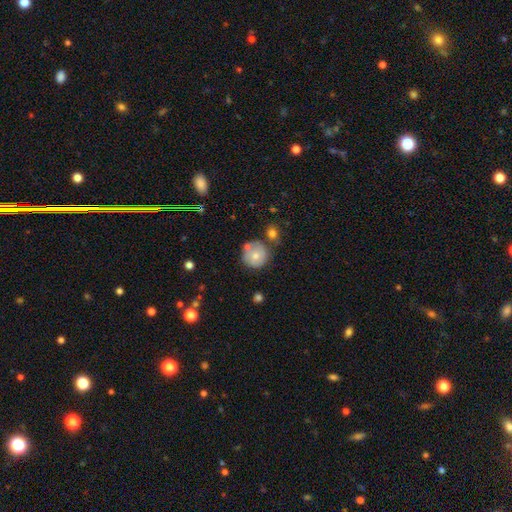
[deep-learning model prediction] This appears to be a smooth galaxy with no disk features (66%) that is round (93%). Merging: none (63%).